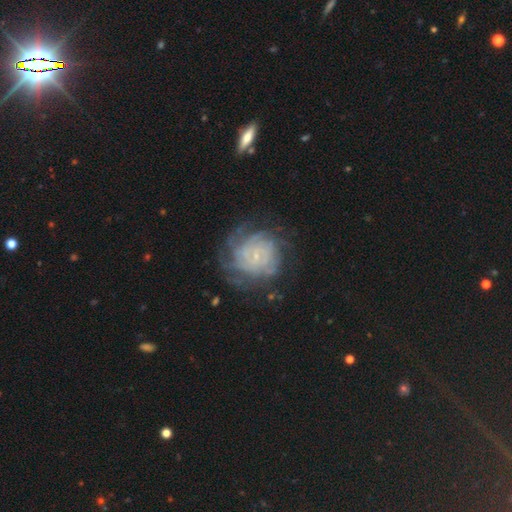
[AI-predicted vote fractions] Smooth or featured? featured or disk (77%)
Edge-on disk? no (98%)
Bar? no (67%)
Spiral arms? yes (91%)
Spiral winding? tight (74%)
Spiral arm count? can't tell (46%)
Bulge size? small (80%)
Merging? none (68%)